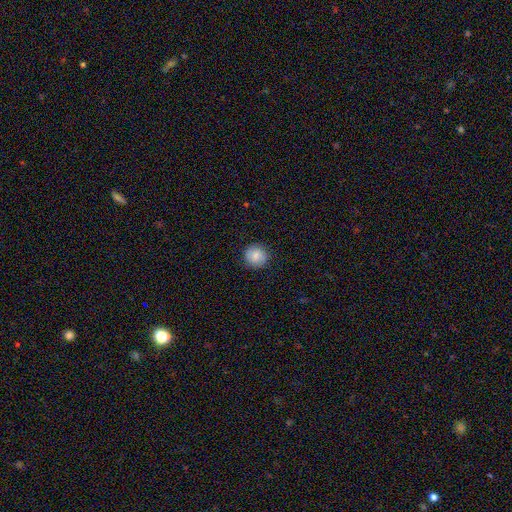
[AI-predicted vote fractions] smooth_or_featured: smooth (p=0.84) [alt: star or artifact p=0.08]
how_rounded: round (p=0.92) [alt: in between p=0.07]
merging: none (p=0.89) [alt: minor disturbance p=0.08]